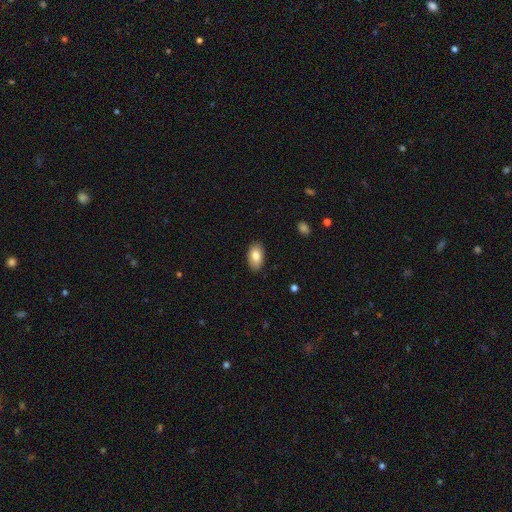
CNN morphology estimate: Smooth or featured? smooth (83%)
How rounded? in between (93%)
Merging? none (88%)